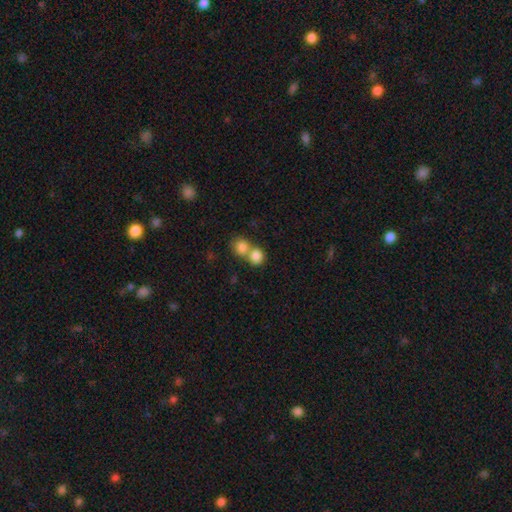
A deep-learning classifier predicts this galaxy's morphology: This appears to be a smooth galaxy with no disk features (82%) that is round (80%). Merging: merger (57%).